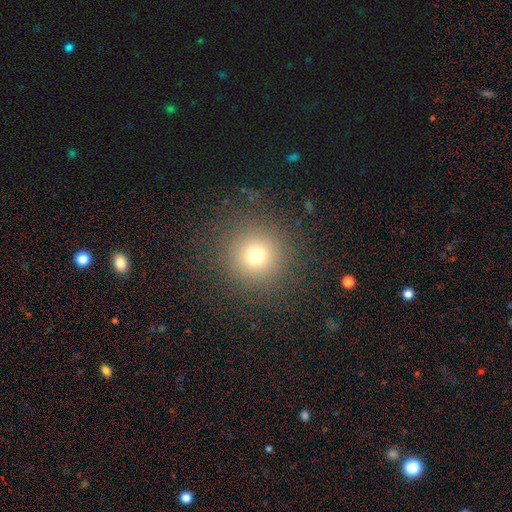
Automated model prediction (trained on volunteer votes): smooth-or-featured: smooth: 72% | star or artifact: 18% | featured or disk: 10%
  how-rounded: round: 96% | in between: 3% | cigar-shaped: 1%
  merging: none: 89% | minor disturbance: 6% | major disturbance: 4% | merger: 1%